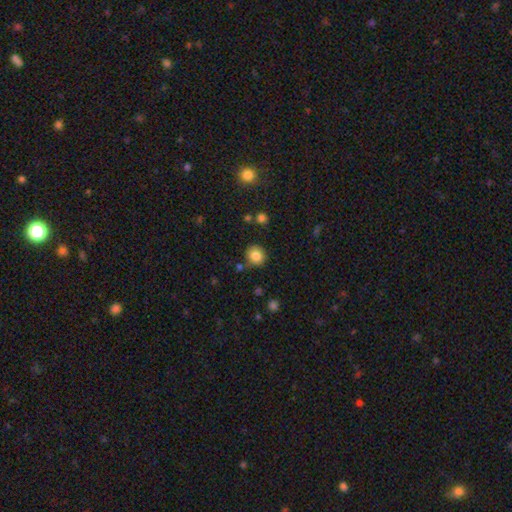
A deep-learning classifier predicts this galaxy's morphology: Overall: smooth (82%). How rounded: round (87%). Merging: none (83%).